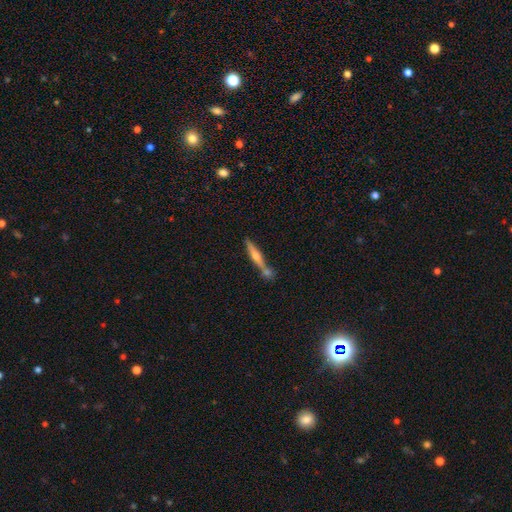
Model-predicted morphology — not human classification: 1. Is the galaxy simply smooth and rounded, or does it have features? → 63% featured or disk, 29% smooth, 7% star or artifact.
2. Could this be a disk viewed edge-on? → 96% yes, 4% no.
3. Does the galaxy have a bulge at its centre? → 84% rounded, 8% none, 8% boxy.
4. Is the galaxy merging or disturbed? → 63% none, 23% merger, 11% minor disturbance, 3% major disturbance.